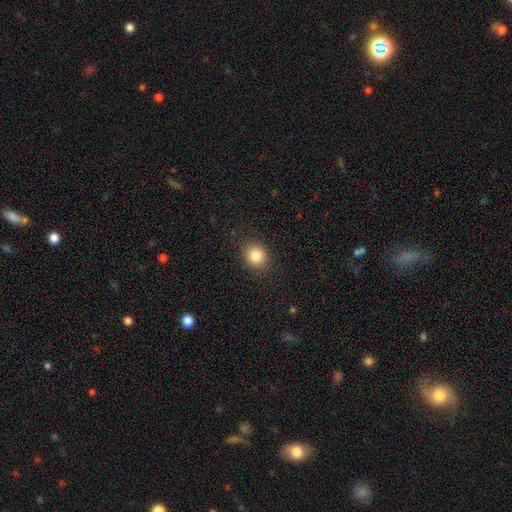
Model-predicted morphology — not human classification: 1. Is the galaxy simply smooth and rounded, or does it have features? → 83% smooth, 11% star or artifact, 6% featured or disk.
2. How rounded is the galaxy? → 79% round, 20% in between, 1% cigar-shaped.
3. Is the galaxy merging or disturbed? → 89% none, 8% minor disturbance, 3% major disturbance, 1% merger.